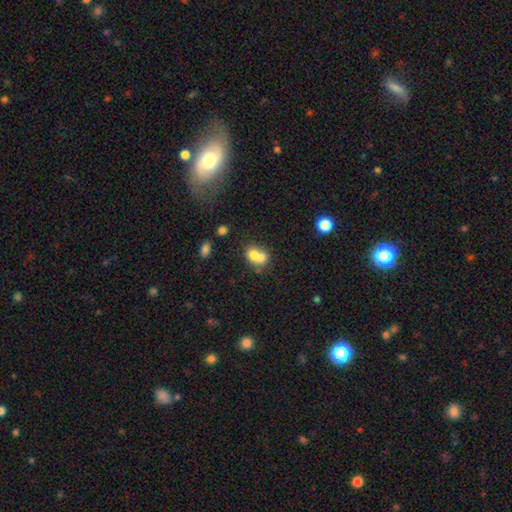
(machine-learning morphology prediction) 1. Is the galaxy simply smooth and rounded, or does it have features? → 69% smooth, 21% featured or disk, 10% star or artifact.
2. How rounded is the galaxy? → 55% round, 44% in between, 1% cigar-shaped.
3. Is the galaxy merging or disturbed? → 67% merger, 23% none, 7% minor disturbance, 4% major disturbance.